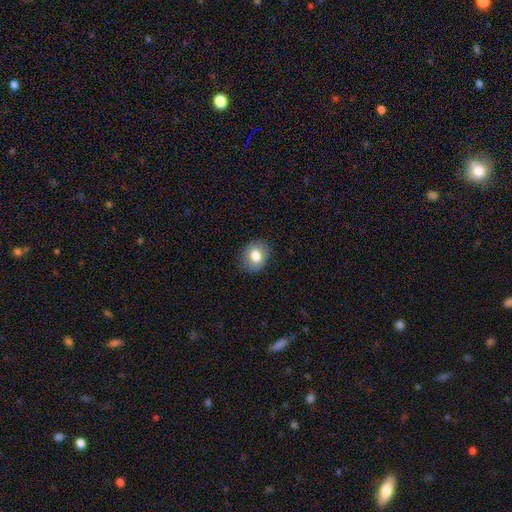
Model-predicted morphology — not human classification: A smooth galaxy with no disk features (79%) that is round (57%). Merging: none (84%).